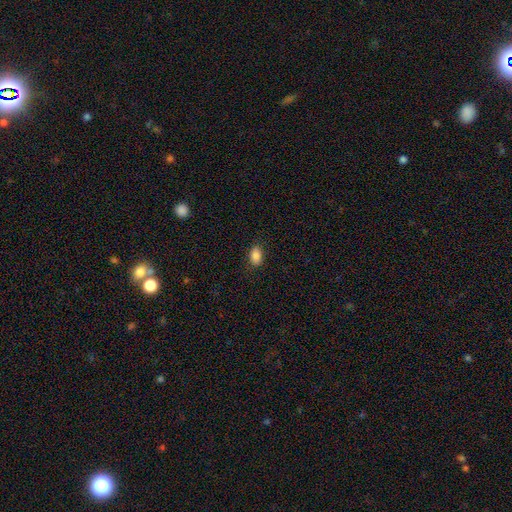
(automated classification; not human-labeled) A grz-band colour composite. It shows a smooth galaxy with no disk features (86%) that is in between round and cigar-shaped (87%). Merging: none (84%).